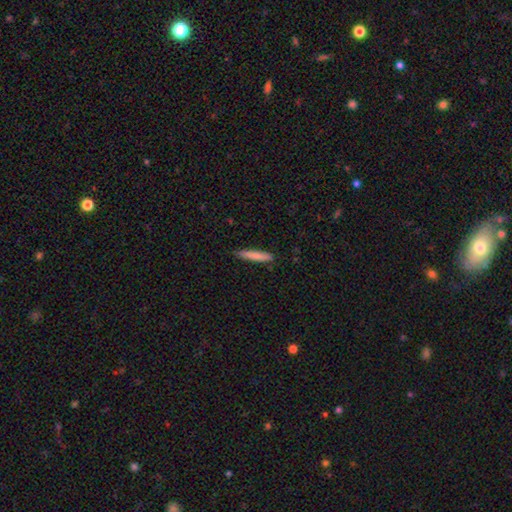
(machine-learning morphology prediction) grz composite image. It shows a smooth galaxy with no disk features (80%) that is cigar-shaped (92%). Merging: none (85%).